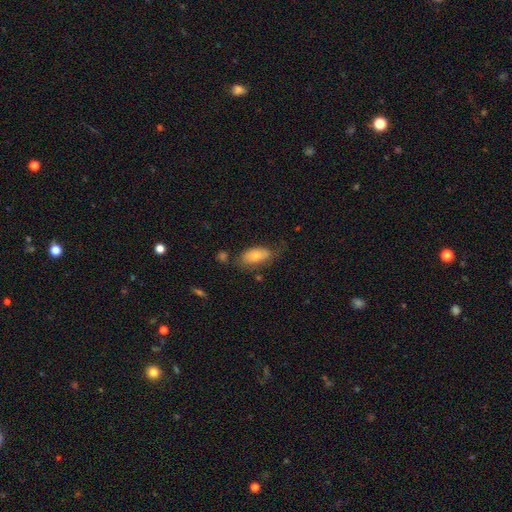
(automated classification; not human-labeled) Overall: smooth (71%). How rounded: in between (85%). Merging: none (60%; minor disturbance 27%).